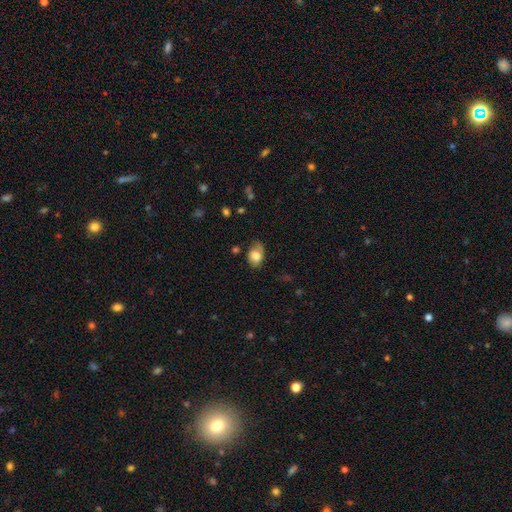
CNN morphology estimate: smooth 79%, featured or disk 13%, star or artifact 8%. Down the decision tree: how rounded — in between (79%); merging — none (54%).